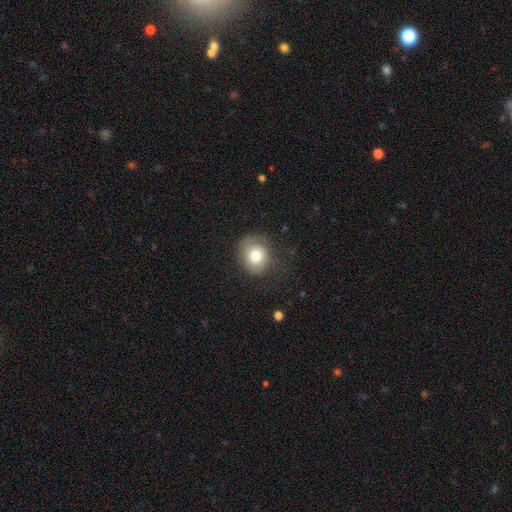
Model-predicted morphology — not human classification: smooth 76%, featured or disk 15%, star or artifact 10%. Down the decision tree: how rounded — round (69%); merging — none (69%).